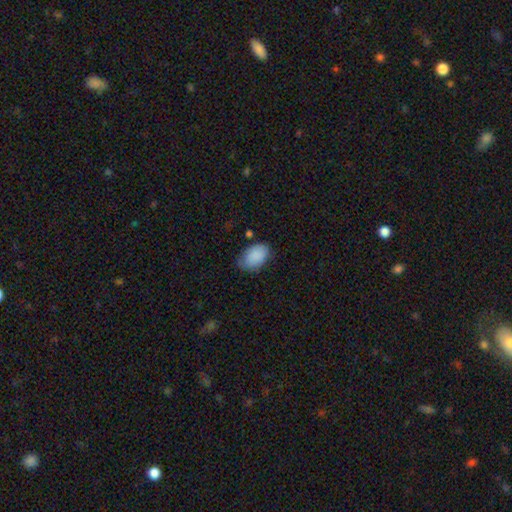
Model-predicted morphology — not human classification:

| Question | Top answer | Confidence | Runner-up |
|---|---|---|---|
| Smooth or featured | smooth | 87% | star or artifact (7%) |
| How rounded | in between | 89% | round (10%) |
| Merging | none | 64% | minor disturbance (27%) |